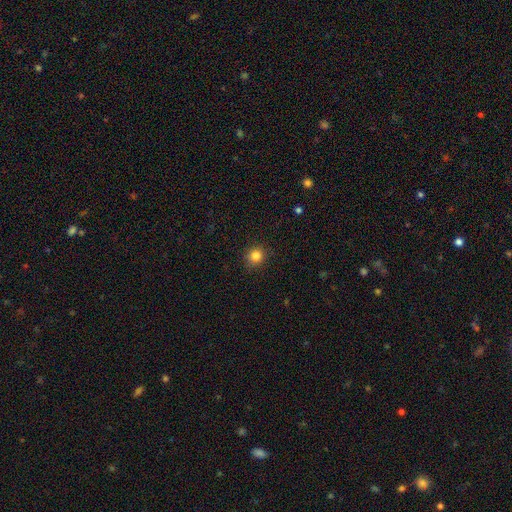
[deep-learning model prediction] This is clearly a smooth galaxy (83%). How rounded: clearly round (90%). Merging: clearly none (89%).